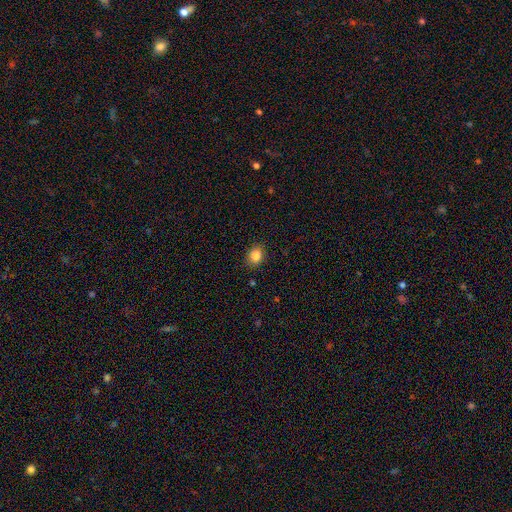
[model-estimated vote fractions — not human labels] smooth 85%, star or artifact 10%, featured or disk 5%. Down the decision tree: how rounded — round (54%); merging — none (87%).